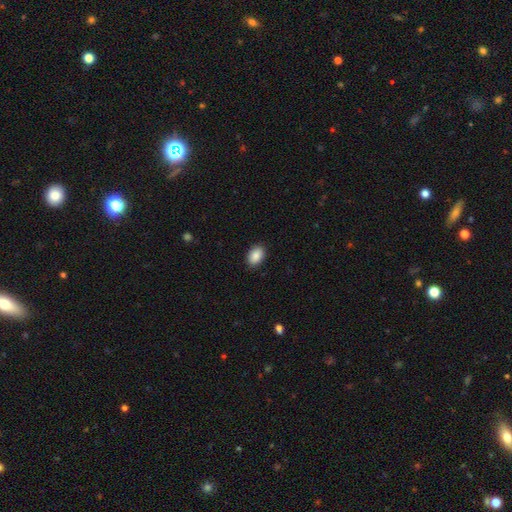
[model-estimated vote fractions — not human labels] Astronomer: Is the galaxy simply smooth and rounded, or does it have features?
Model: smooth — 89%.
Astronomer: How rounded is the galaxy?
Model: in between — 84%.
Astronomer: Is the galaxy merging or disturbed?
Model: none — 89%.